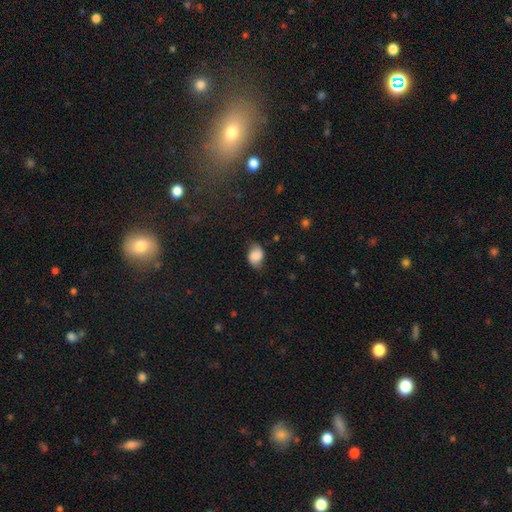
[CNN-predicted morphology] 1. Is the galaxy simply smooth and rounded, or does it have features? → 75% smooth, 15% featured or disk, 9% star or artifact.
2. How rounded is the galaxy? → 70% in between, 28% round, 1% cigar-shaped.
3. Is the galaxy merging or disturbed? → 57% none, 32% minor disturbance, 10% major disturbance, 2% merger.